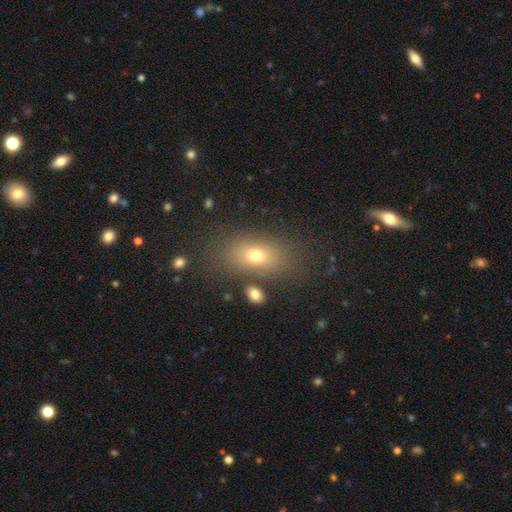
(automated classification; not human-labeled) Smooth or featured?
  - smooth: 71% *
  - featured or disk: 16%
  - star or artifact: 14%
How rounded?
  - in between: 82% *
  - round: 14%
  - cigar-shaped: 4%
Merging?
  - none: 76% *
  - minor disturbance: 12%
  - major disturbance: 6%
  - merger: 5%